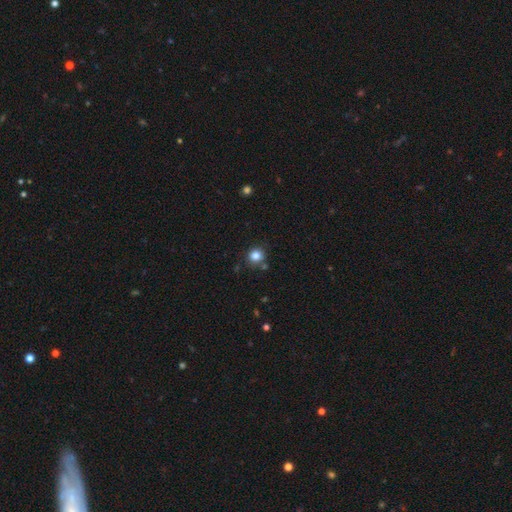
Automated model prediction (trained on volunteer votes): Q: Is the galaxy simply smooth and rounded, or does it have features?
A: smooth — 83%.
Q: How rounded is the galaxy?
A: round — 89%.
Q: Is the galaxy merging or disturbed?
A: none — 81%.